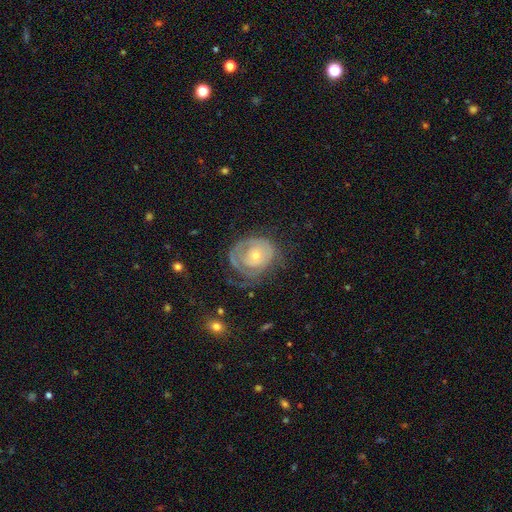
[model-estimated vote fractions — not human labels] smooth-or-featured: featured or disk: 71% | smooth: 23% | star or artifact: 6%
  disk-edge-on: no: 97% | yes: 3%
    bar: no: 82% | weak: 15% | strong: 3%
    has-spiral-arms: yes: 73% | no: 27%
    bulge-size: small: 55% | moderate: 41% | large: 2% | none: 1% | dominant: 1%
  merging: none: 46% | major disturbance: 27% | minor disturbance: 25% | merger: 2%